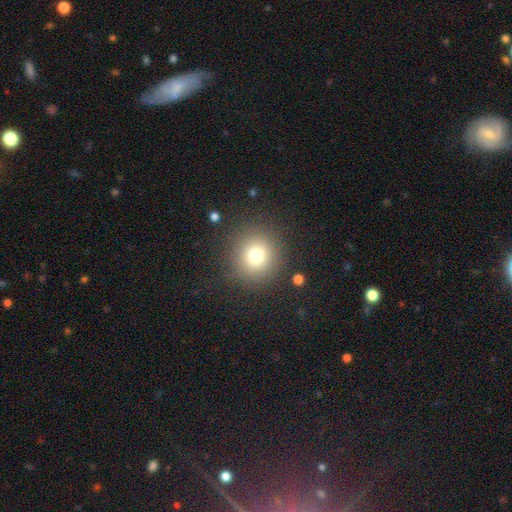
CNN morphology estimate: Smooth or featured?
  - smooth: 75% *
  - star or artifact: 15%
  - featured or disk: 10%
How rounded?
  - round: 92% *
  - in between: 7%
  - cigar-shaped: 1%
Merging?
  - none: 88% *
  - minor disturbance: 7%
  - major disturbance: 4%
  - merger: 2%